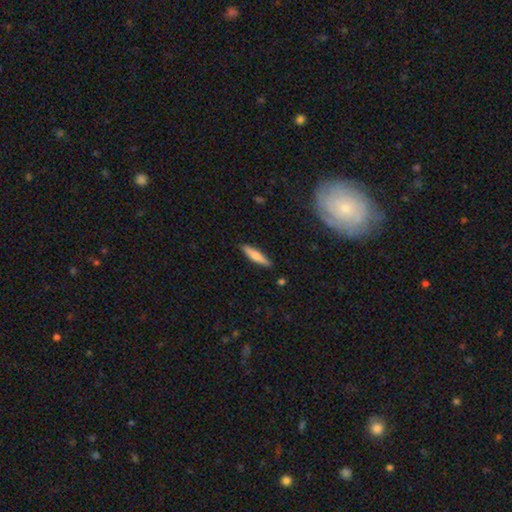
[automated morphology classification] Smooth or featured? Predicted: smooth (p=0.63). How rounded? Predicted: cigar-shaped (p=0.81). Merging? Predicted: none (p=0.89).